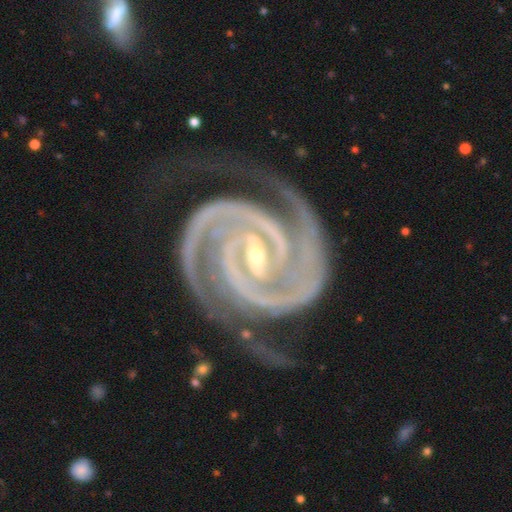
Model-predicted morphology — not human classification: A featured or disk galaxy (94%) with a strong bar (47%), 2 (80%) tight (67%) spiral arms (99%) and a small central bulge (58%). Merging: none (70%).